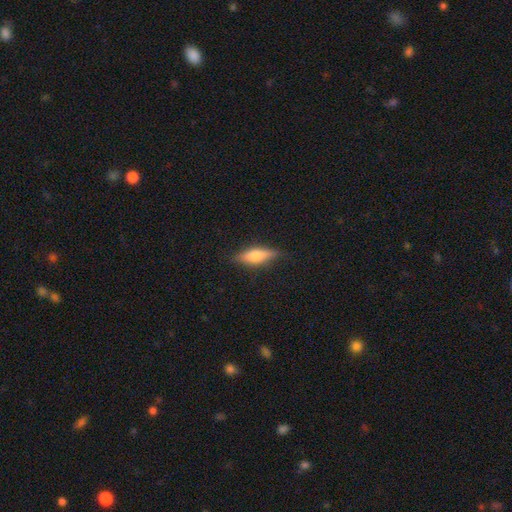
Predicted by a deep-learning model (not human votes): A smooth galaxy with no disk features (63%) that is in between round and cigar-shaped (51%). Merging: none (82%).